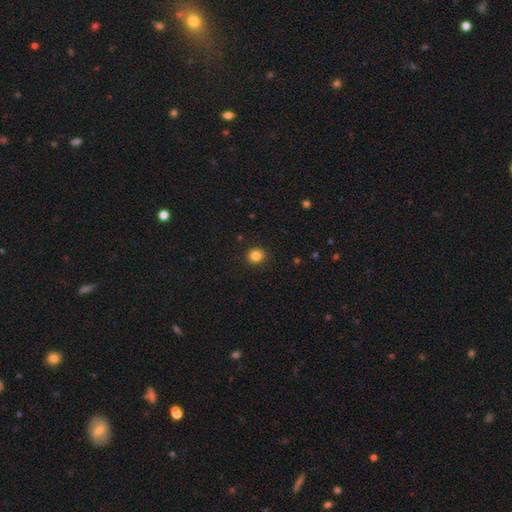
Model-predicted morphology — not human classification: Smooth or featured?
  - smooth: 84% *
  - star or artifact: 12%
  - featured or disk: 4%
How rounded?
  - round: 86% *
  - in between: 13%
  - cigar-shaped: 1%
Merging?
  - none: 91% *
  - minor disturbance: 6%
  - major disturbance: 2%
  - merger: 1%